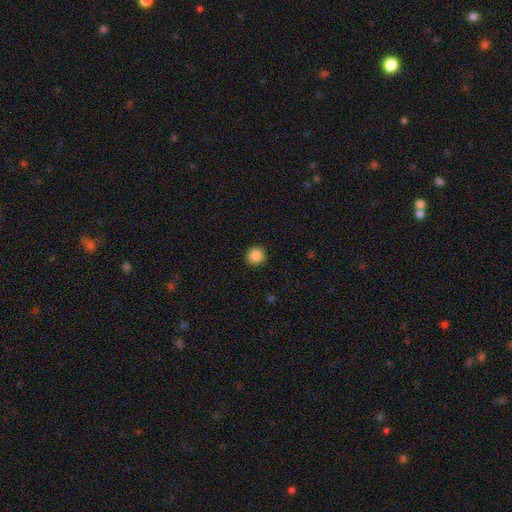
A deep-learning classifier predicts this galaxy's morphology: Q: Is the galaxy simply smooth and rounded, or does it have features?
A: smooth — 88%.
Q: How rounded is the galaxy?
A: round — 94%.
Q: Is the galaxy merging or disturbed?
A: none — 92%.